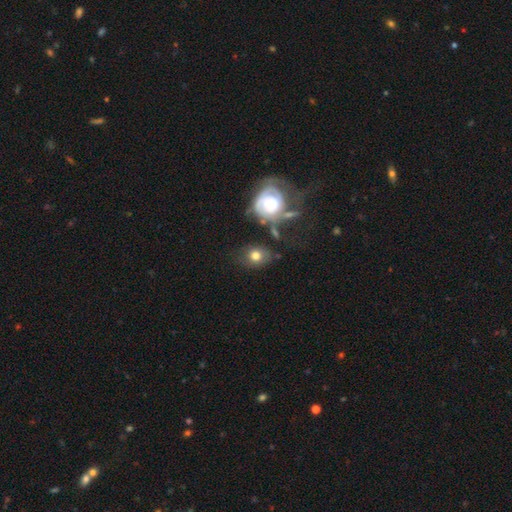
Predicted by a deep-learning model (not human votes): The model was most divided on "how rounded": round: 57%, in between: 41%, cigar-shaped: 1%. More confident: smooth or featured — smooth (68%); merging — none (60%).